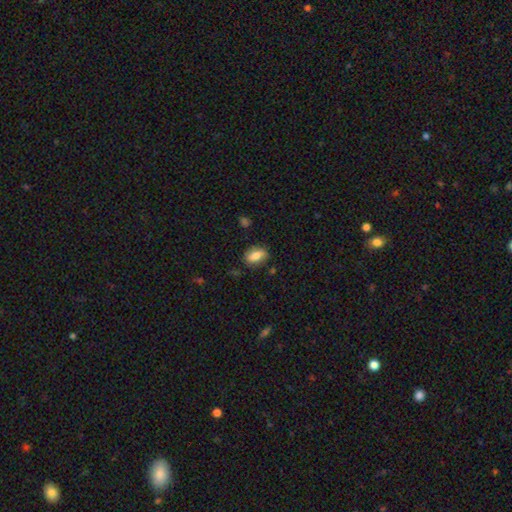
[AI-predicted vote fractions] Morphology: type=smooth (71%); roundness=in between (85%); merging=none (78%).